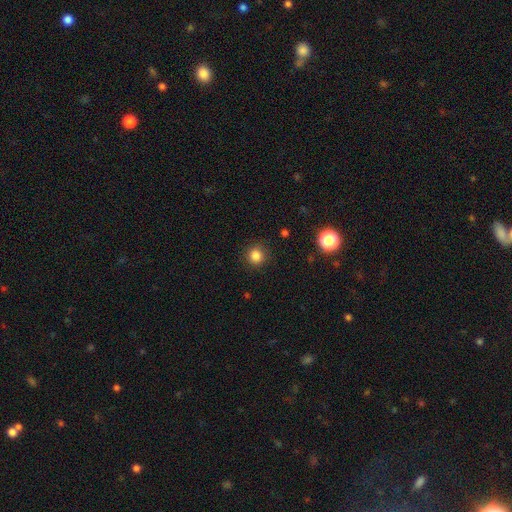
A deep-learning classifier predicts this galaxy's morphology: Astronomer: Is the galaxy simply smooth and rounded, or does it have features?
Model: smooth — 84%.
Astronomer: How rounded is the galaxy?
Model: round — 92%.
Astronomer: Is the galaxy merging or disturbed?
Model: none — 88%.